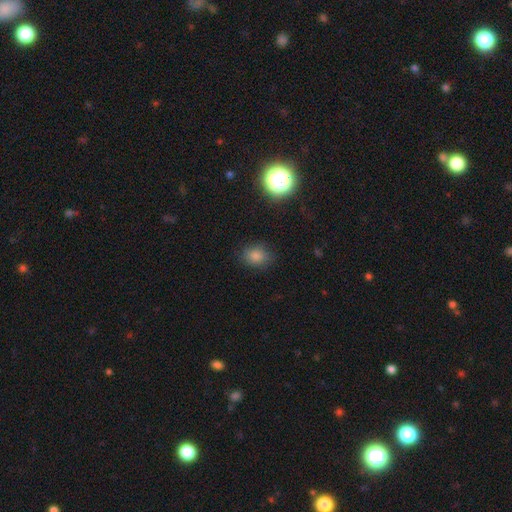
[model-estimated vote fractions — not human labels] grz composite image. It shows a smooth galaxy with no disk features (78%) that is round (60%). Merging: none (83%).